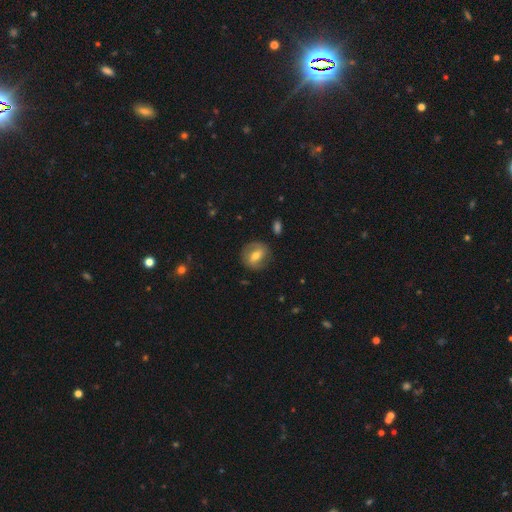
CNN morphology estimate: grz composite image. It shows a smooth galaxy with no disk features (49%). Merging: none (79%).